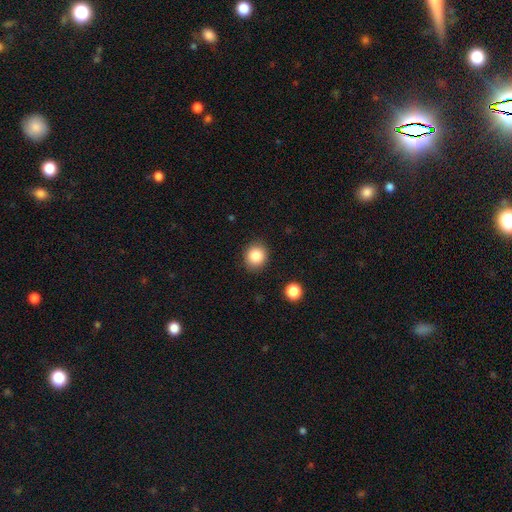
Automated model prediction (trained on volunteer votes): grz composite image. It shows a smooth galaxy with no disk features (86%) that is round (81%). Merging: none (88%).